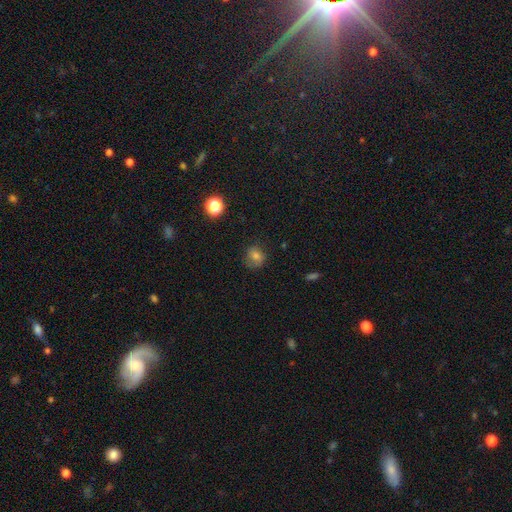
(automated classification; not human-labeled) A smooth galaxy with no disk features (70%) that is round (71%).

Vote fractions:
- Smooth or featured? smooth: 70% / featured or disk: 16% / star or artifact: 14%
- How rounded? round: 71% / in between: 28% / cigar-shaped: 1%
- Merging? none: 70% / minor disturbance: 21% / major disturbance: 8% / merger: 2%